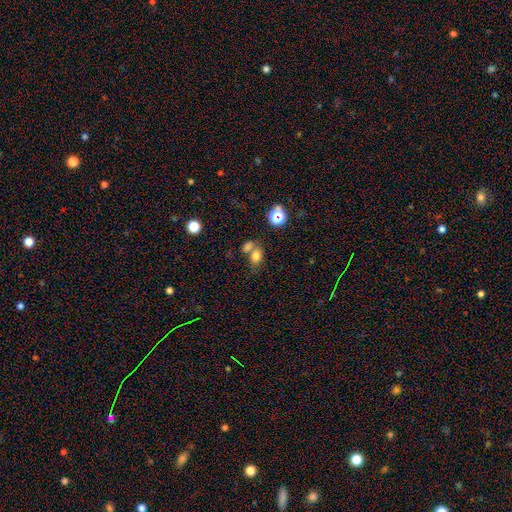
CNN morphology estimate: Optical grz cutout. It shows a smooth galaxy with no disk features (74%) that is in between round and cigar-shaped (69%). Merging: merger (42%).